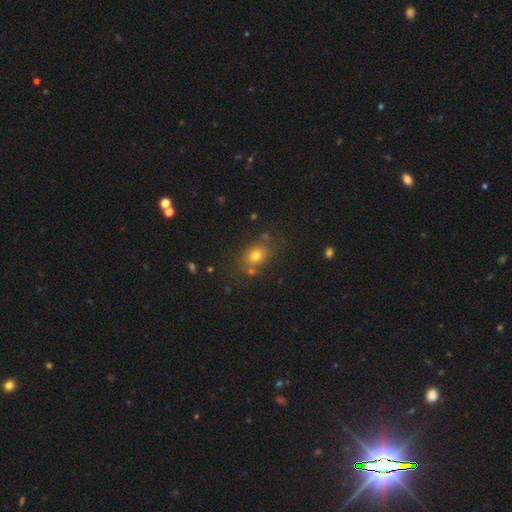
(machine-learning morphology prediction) smooth-or-featured: smooth: 74% | star or artifact: 15% | featured or disk: 12%
  how-rounded: in between: 55% | round: 44% | cigar-shaped: 1%
  merging: none: 73% | minor disturbance: 13% | merger: 9% | major disturbance: 5%